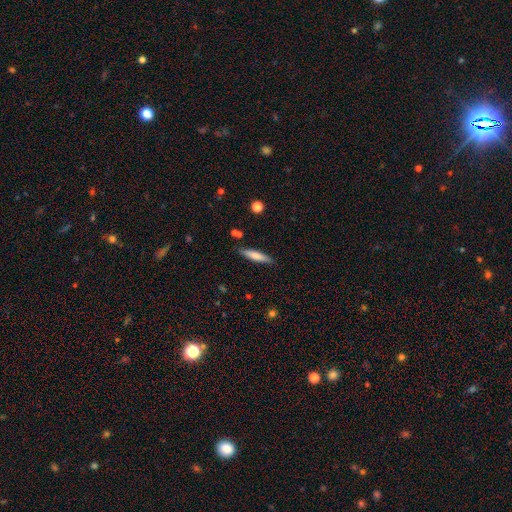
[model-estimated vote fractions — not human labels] Smooth or featured? smooth (69%)
How rounded? cigar-shaped (87%)
Merging? none (86%)